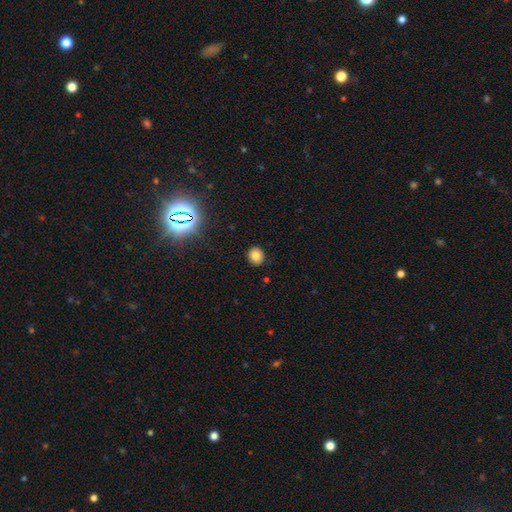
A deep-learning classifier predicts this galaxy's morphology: A smooth galaxy with no disk features (78%) that is round (83%). Merging: none (91%).